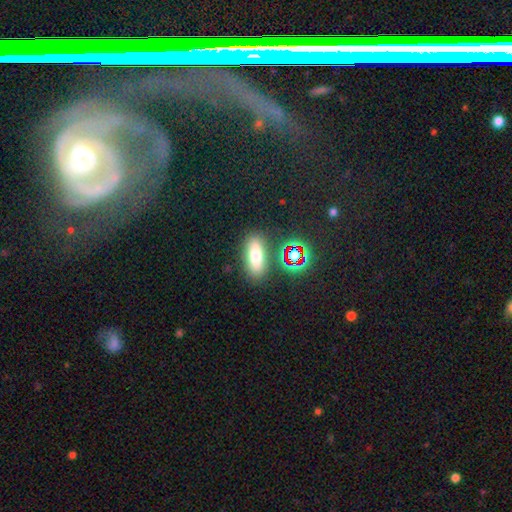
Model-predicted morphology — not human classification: Smooth or featured?
  - smooth: 67% *
  - star or artifact: 16%
  - featured or disk: 16%
How rounded?
  - in between: 68% *
  - cigar-shaped: 26%
  - round: 6%
Merging?
  - none: 83% *
  - minor disturbance: 10%
  - merger: 4%
  - major disturbance: 3%